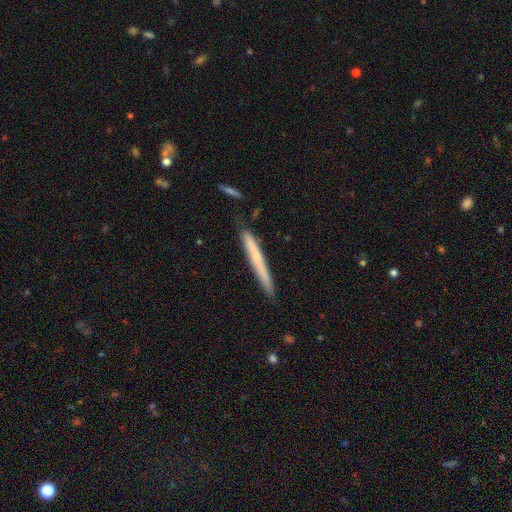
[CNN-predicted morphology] This is possibly a smooth galaxy (58%). How rounded: clearly cigar-shaped (97%). Merging: clearly none (84%).